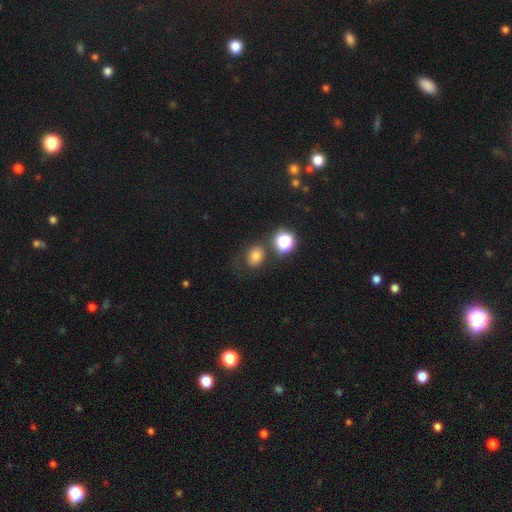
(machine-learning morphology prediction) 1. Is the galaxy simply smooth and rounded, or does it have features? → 73% smooth, 17% star or artifact, 11% featured or disk.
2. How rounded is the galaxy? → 58% round, 41% in between, 1% cigar-shaped.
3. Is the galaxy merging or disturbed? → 64% none, 16% minor disturbance, 11% merger, 9% major disturbance.